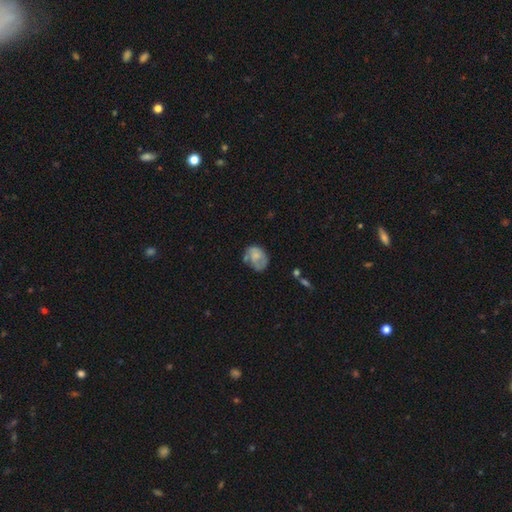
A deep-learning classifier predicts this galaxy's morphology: Overall: smooth (53%; featured or disk 39%). How rounded: in between (61%; round 38%). Merging: none (44%; minor disturbance 31%).